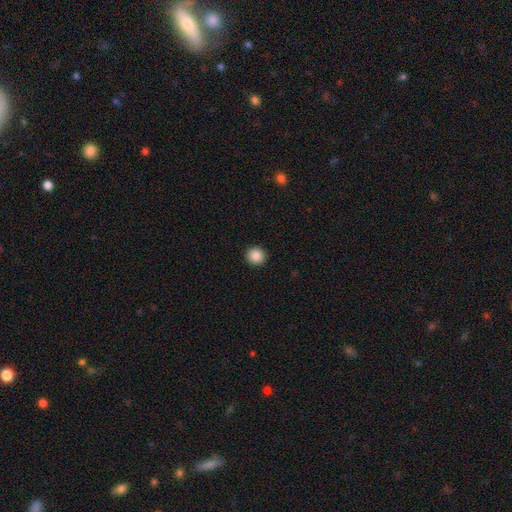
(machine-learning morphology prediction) Smooth or featured? Predicted: smooth (p=0.88). How rounded? Predicted: round (p=0.93). Merging? Predicted: none (p=0.93).